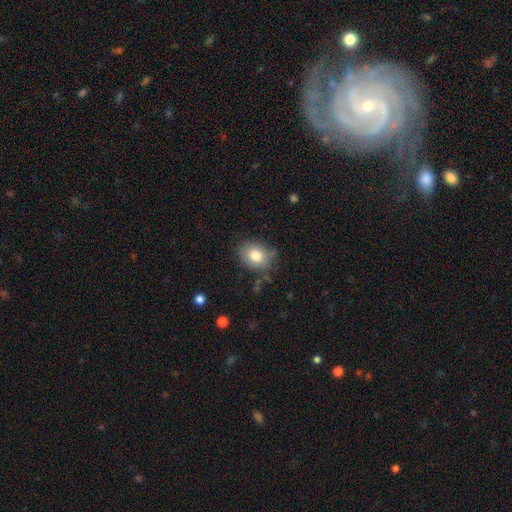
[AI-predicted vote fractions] smooth 80%, featured or disk 11%, star or artifact 9%. Down the decision tree: how rounded — in between (56%); merging — none (76%).